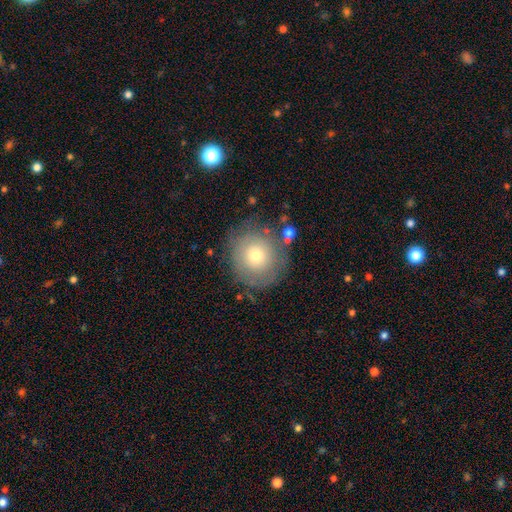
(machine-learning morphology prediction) Overall: smooth (67%). How rounded: round (92%). Merging: none (78%).